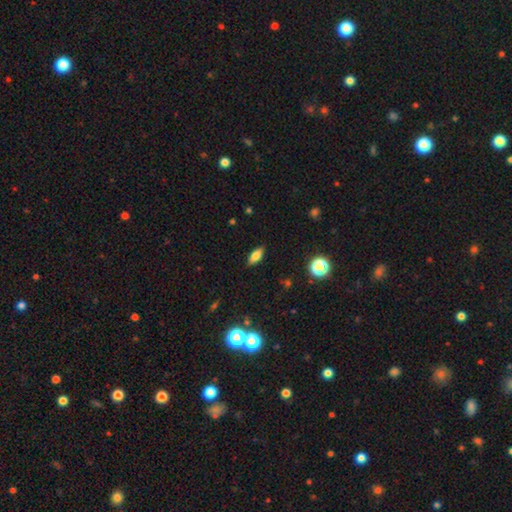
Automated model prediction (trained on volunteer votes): smooth_or_featured: smooth (p=0.69) [alt: featured or disk p=0.21]
how_rounded: in between (p=0.75) [alt: cigar-shaped p=0.21]
merging: none (p=0.88) [alt: minor disturbance p=0.09]